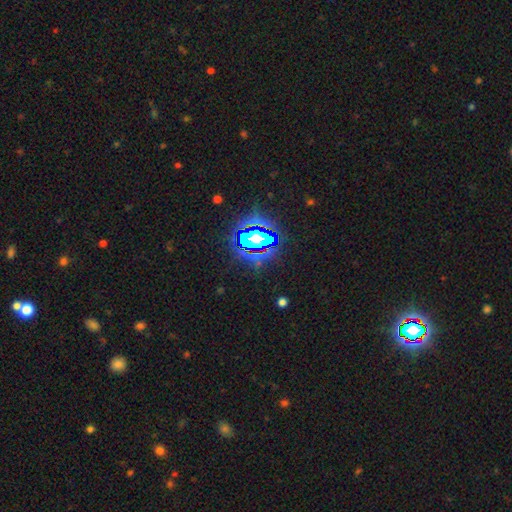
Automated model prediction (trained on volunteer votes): This appears to be a star or artifact, not a galaxy (81%).